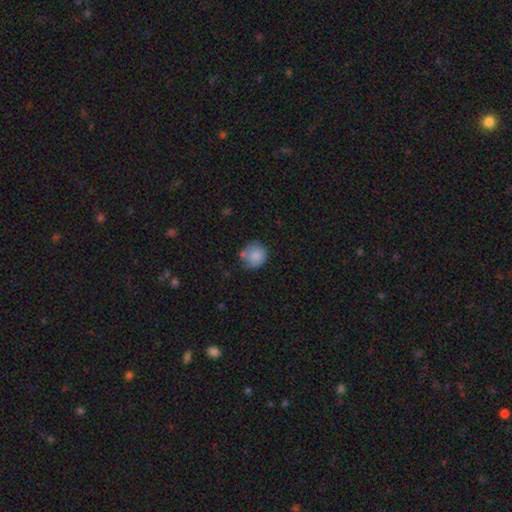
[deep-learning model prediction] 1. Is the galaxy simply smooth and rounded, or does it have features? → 84% smooth, 8% star or artifact, 8% featured or disk.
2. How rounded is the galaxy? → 89% round, 10% in between, 1% cigar-shaped.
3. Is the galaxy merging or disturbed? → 65% none, 22% minor disturbance, 8% merger, 5% major disturbance.